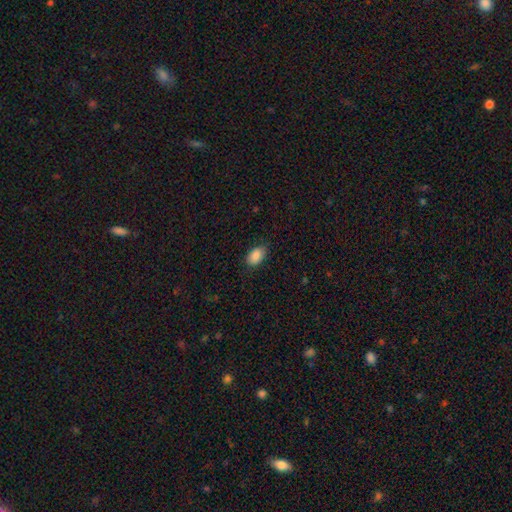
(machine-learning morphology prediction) This is clearly a smooth galaxy (88%). How rounded: clearly in between (90%). Merging: likely none (78%).